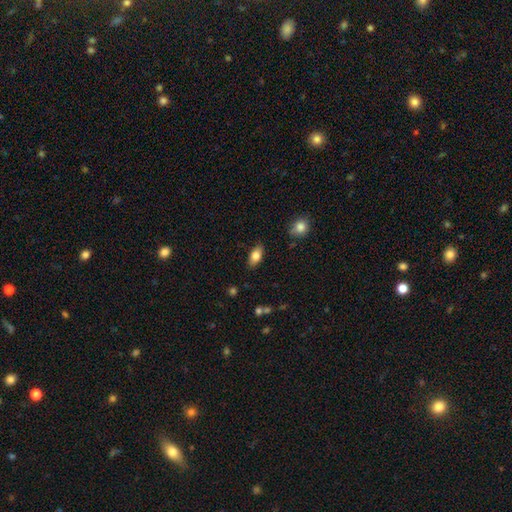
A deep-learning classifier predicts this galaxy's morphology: A smooth galaxy with no disk features (80%) that is in between round and cigar-shaped (89%).

Vote fractions:
- Smooth or featured? smooth: 80% / featured or disk: 13% / star or artifact: 7%
- How rounded? in between: 89% / cigar-shaped: 6% / round: 5%
- Merging? none: 85% / minor disturbance: 11% / major disturbance: 2% / merger: 1%